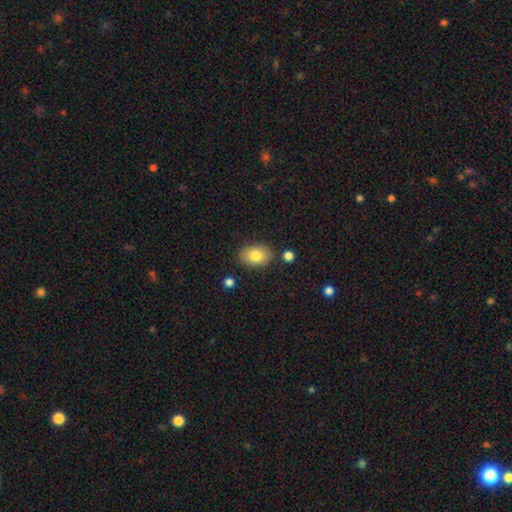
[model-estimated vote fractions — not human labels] smooth-or-featured: smooth: 81% | featured or disk: 11% | star or artifact: 8%
  how-rounded: in between: 79% | round: 20% | cigar-shaped: 1%
  merging: none: 83% | minor disturbance: 11% | merger: 3% | major disturbance: 3%